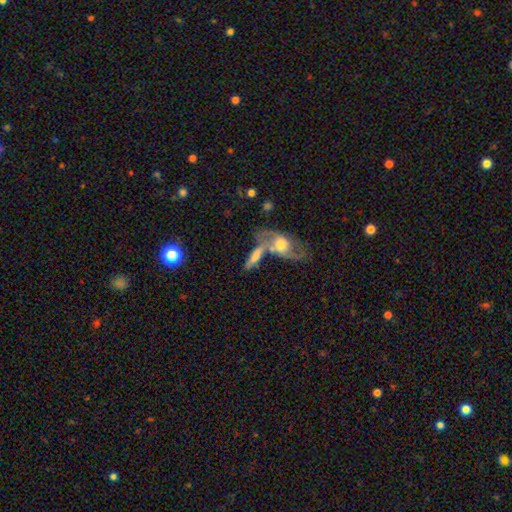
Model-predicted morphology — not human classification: Q: Smooth or featured?
A: smooth (55%); runner-up: featured or disk (37%)
Q: How rounded?
A: in between (51%); runner-up: cigar-shaped (44%)
Q: Merging?
A: merger (52%); runner-up: none (29%)